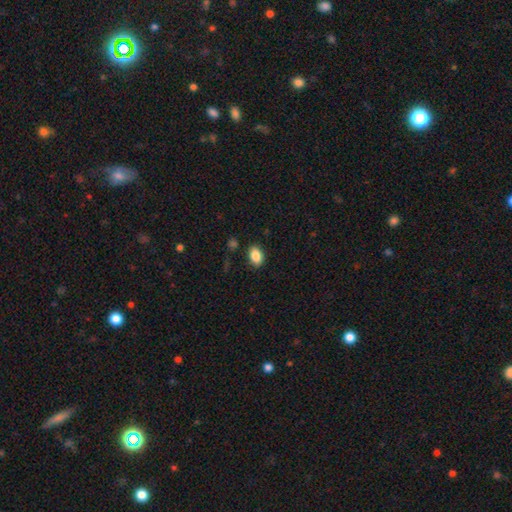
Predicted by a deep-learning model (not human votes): This appears to be a smooth galaxy with no disk features (87%) that is in between round and cigar-shaped (85%). Merging: none (86%).